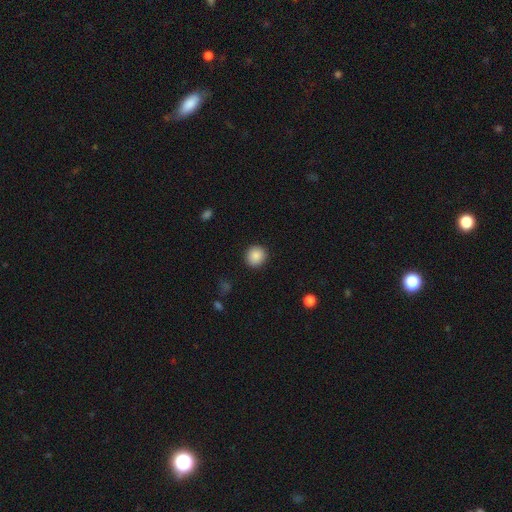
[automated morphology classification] Smooth or featured? Predicted: smooth (p=0.88). How rounded? Predicted: round (p=0.89). Merging? Predicted: none (p=0.91).